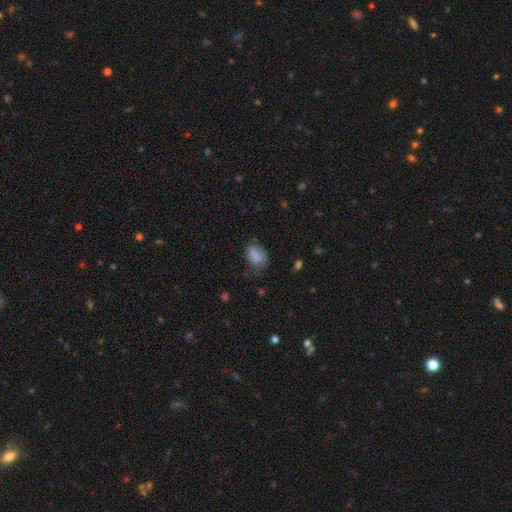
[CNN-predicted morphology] smooth_or_featured: smooth (p=0.81) [alt: star or artifact p=0.10]
how_rounded: in between (p=0.79) [alt: round p=0.19]
merging: none (p=0.49) [alt: minor disturbance p=0.32]